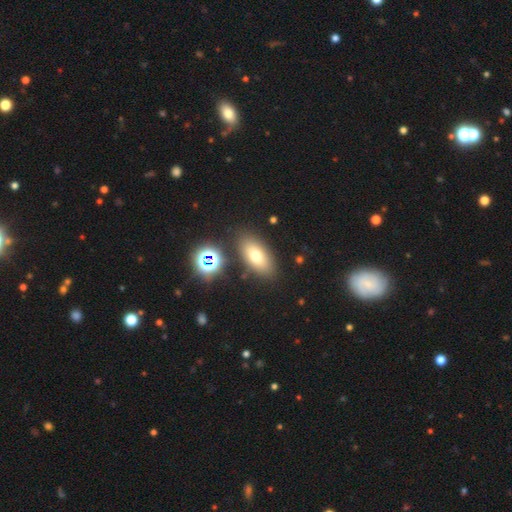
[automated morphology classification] smooth-or-featured: smooth: 68% | featured or disk: 19% | star or artifact: 13%
  how-rounded: in between: 85% | cigar-shaped: 8% | round: 7%
  merging: none: 83% | minor disturbance: 9% | merger: 4% | major disturbance: 3%